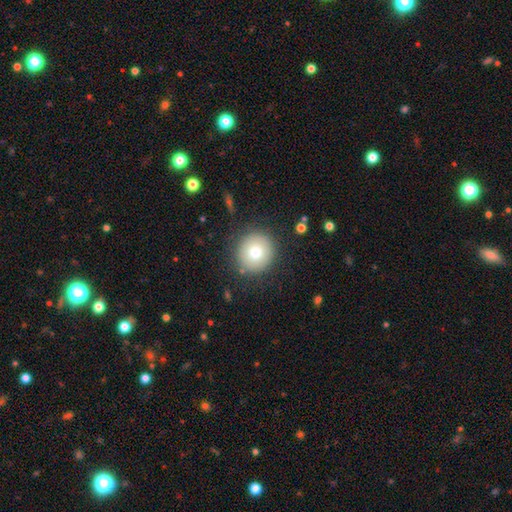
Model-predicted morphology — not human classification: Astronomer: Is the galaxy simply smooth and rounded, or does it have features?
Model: smooth — 75%.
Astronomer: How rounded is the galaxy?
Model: round — 92%.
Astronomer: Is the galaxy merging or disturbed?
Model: none — 86%.